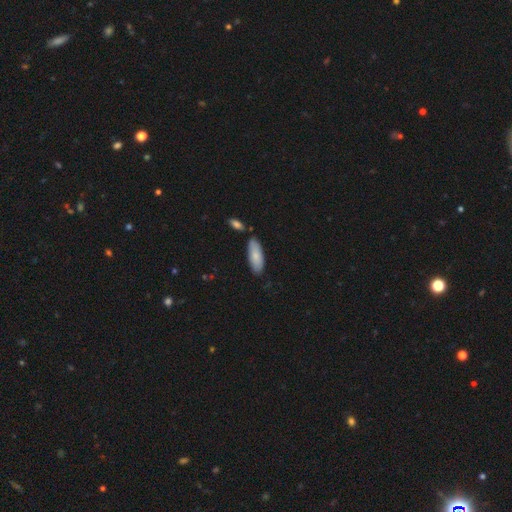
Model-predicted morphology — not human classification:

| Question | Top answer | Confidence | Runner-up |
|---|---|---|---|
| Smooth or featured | smooth | 79% | featured or disk (16%) |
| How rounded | in between | 71% | cigar-shaped (28%) |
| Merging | none | 76% | minor disturbance (15%) |